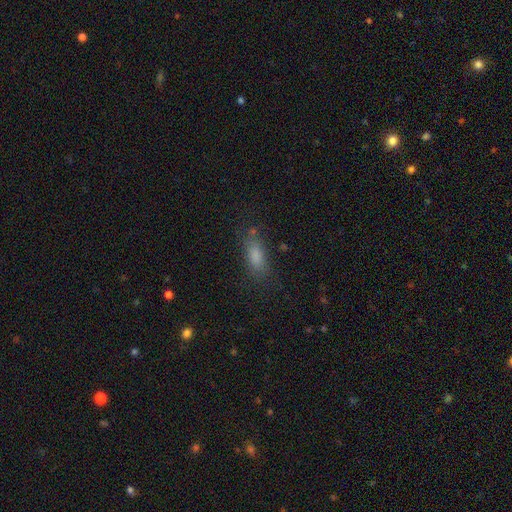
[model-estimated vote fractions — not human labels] smooth 81%, star or artifact 10%, featured or disk 9%. Down the decision tree: how rounded — in between (73%); merging — none (73%).